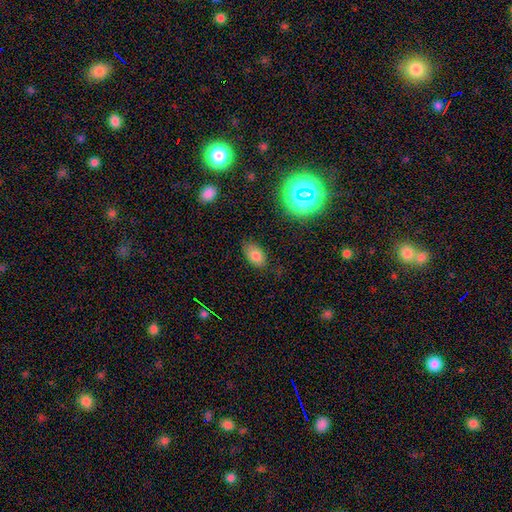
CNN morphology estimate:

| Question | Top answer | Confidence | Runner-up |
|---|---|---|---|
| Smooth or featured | smooth | 76% | star or artifact (14%) |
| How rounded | in between | 89% | round (9%) |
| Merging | none | 78% | minor disturbance (16%) |